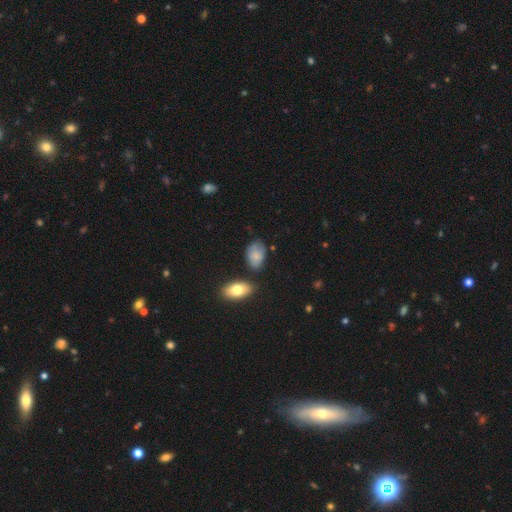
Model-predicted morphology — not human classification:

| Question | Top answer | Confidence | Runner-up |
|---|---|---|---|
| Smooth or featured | smooth | 75% | featured or disk (16%) |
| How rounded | in between | 89% | round (9%) |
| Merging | none | 62% | minor disturbance (26%) |